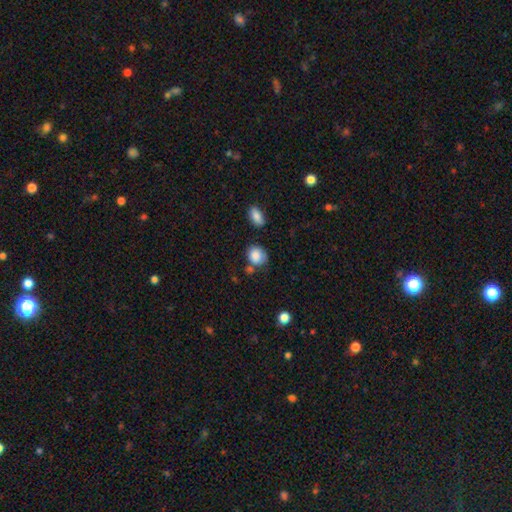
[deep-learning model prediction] smooth-or-featured: smooth: 85% | star or artifact: 9% | featured or disk: 7%
  how-rounded: round: 64% | in between: 35% | cigar-shaped: 1%
  merging: none: 57% | minor disturbance: 25% | merger: 12% | major disturbance: 7%